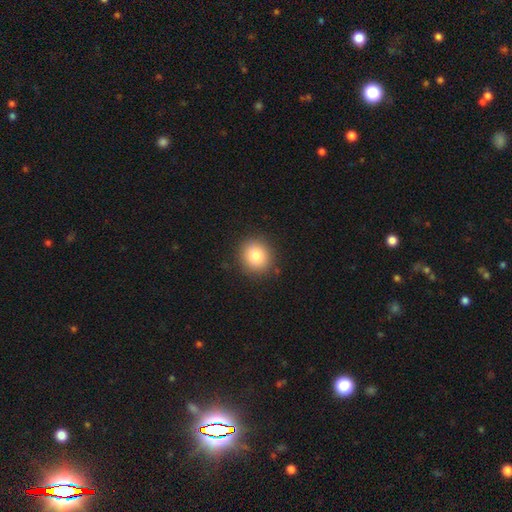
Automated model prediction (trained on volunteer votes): This appears to be a smooth galaxy with no disk features (83%) that is round (86%). Merging: none (88%).